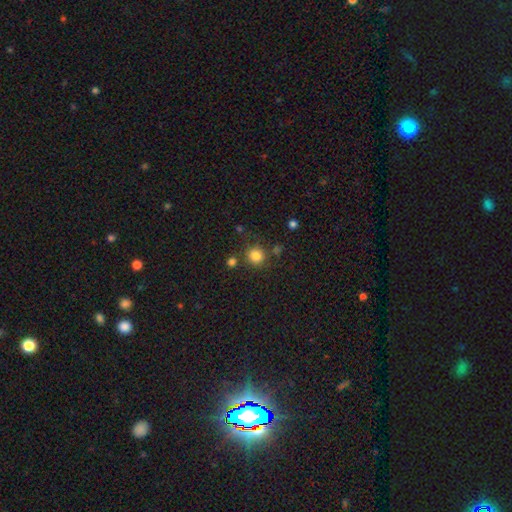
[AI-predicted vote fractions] This appears to be a smooth galaxy with no disk features (82%) that is round (91%). Merging: none (77%).